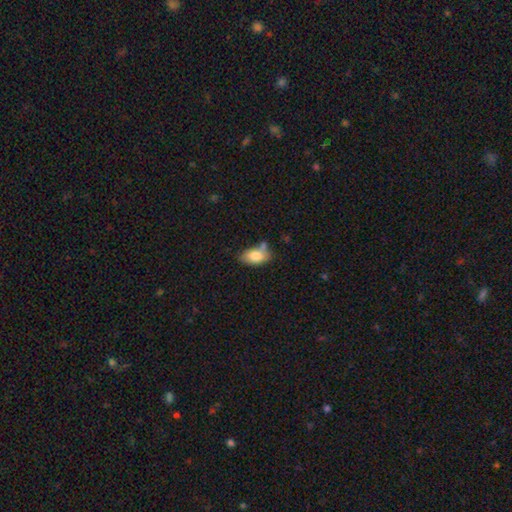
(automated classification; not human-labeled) Overall: smooth (79%). How rounded: in between (91%). Merging: none (51%; minor disturbance 26%).